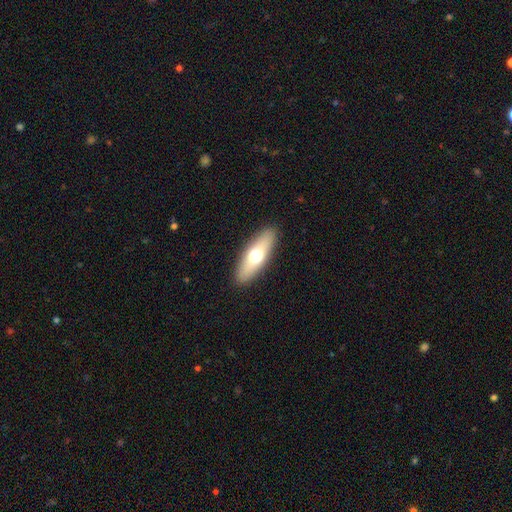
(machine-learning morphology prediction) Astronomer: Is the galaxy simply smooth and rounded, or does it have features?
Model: smooth — 60%.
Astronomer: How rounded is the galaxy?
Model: in between — 54% (runner-up: cigar-shaped, 43%).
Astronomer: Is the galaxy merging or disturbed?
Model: none — 90%.